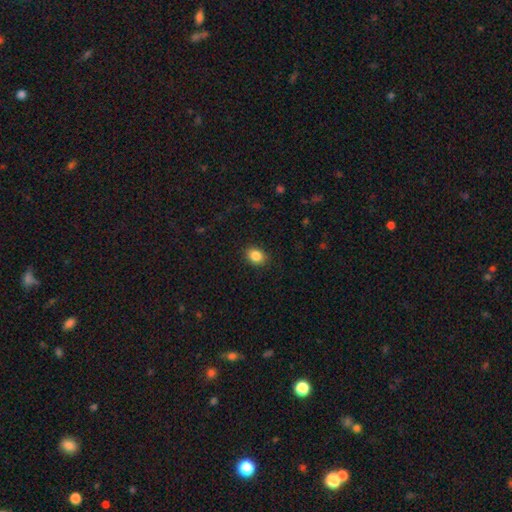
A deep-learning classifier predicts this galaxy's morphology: Smooth or featured: smooth — 86% (star or artifact — 9%)
How rounded: in between — 57% (round — 42%)
Merging: none — 88% (minor disturbance — 9%)